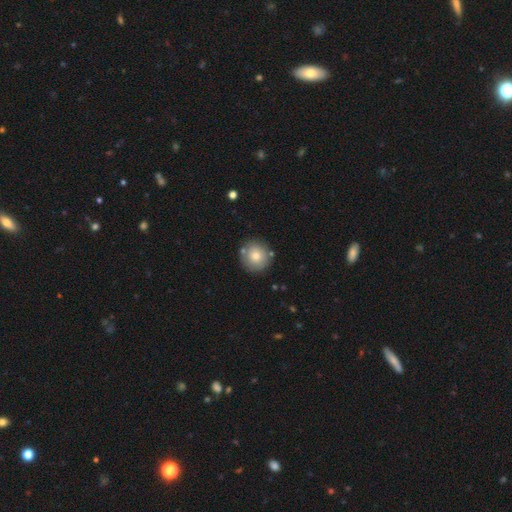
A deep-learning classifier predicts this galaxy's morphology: A smooth galaxy with no disk features (75%) that is round (93%).

Vote fractions:
- Smooth or featured? smooth: 75% / featured or disk: 16% / star or artifact: 9%
- How rounded? round: 93% / in between: 6% / cigar-shaped: 1%
- Merging? none: 82% / minor disturbance: 10% / merger: 5% / major disturbance: 3%